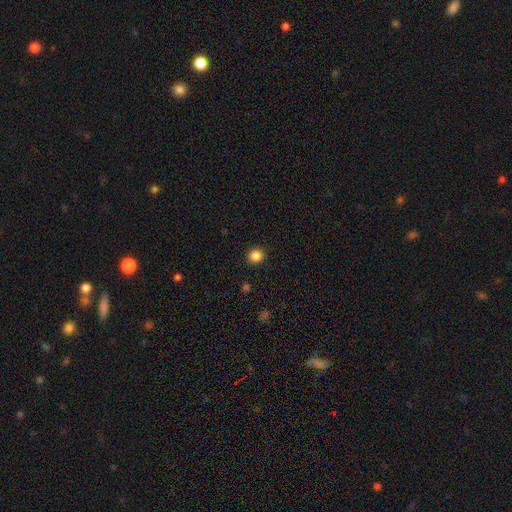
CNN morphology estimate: Smooth or featured?
  - smooth: 85% *
  - star or artifact: 11%
  - featured or disk: 4%
How rounded?
  - round: 86% *
  - in between: 13%
  - cigar-shaped: 1%
Merging?
  - none: 92% *
  - minor disturbance: 5%
  - major disturbance: 2%
  - merger: 1%